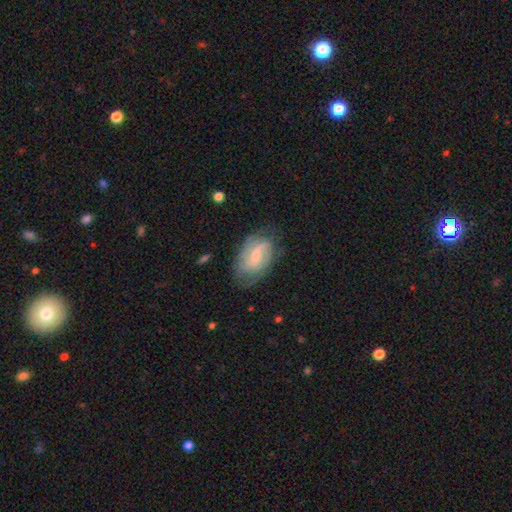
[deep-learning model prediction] featured or disk 68%, smooth 25%, star or artifact 7%. Down the decision tree: edge-on disk — no (96%); bar — weak (54%); spiral arms — yes (88%); spiral arm count — 2 (48%); spiral winding — medium (43%); bulge size — small (49%); merging — none (64%).